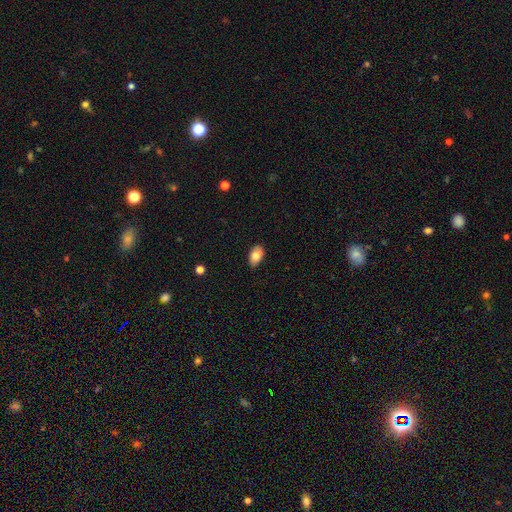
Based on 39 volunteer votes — This is clearly a smooth galaxy (92%). How rounded: clearly in between (86%). Merging: clearly none (82%).